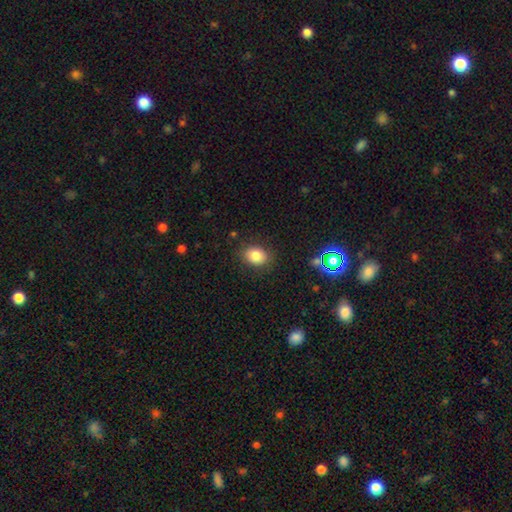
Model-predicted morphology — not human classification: smooth 83%, star or artifact 10%, featured or disk 6%. Down the decision tree: how rounded — in between (58%); merging — none (85%).